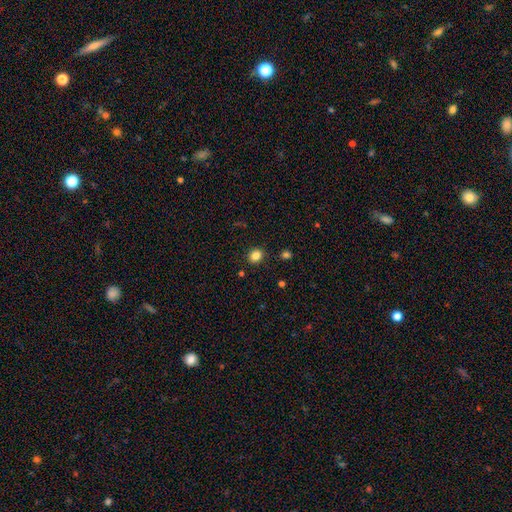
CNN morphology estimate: A smooth galaxy with no disk features (84%) that is round (67%). Merging: none (88%).